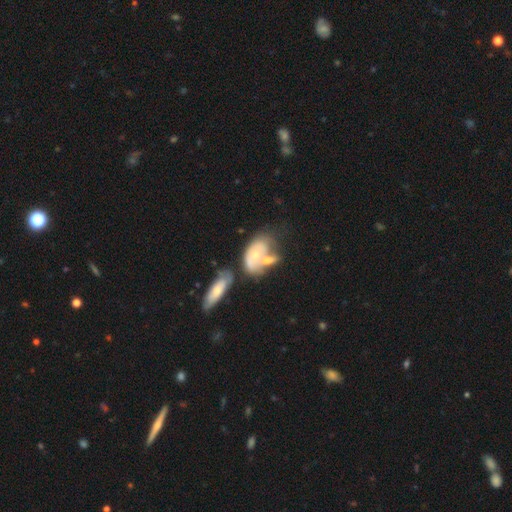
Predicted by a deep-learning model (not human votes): featured or disk 51%, smooth 43%, star or artifact 7%. Down the decision tree: edge-on disk — no (92%); merging — merger (51%).